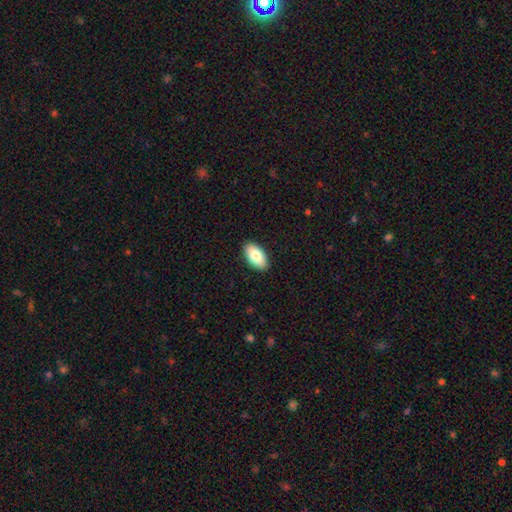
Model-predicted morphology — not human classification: Smooth or featured: smooth — 81% (featured or disk — 12%)
How rounded: in between — 95% (round — 4%)
Merging: none — 90% (minor disturbance — 7%)